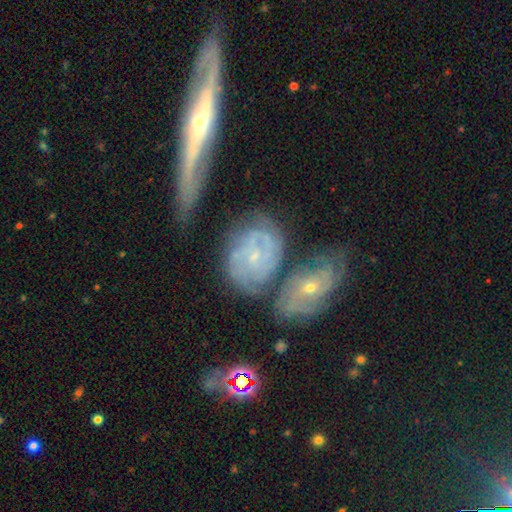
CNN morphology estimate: Smooth or featured?
  - featured or disk: 76% *
  - smooth: 16%
  - star or artifact: 8%
Edge-on disk?
  - no: 93% *
  - yes: 7%
Bar?
  - no: 72% *
  - weak: 23%
  - strong: 6%
Spiral arms?
  - yes: 88% *
  - no: 12%
Spiral winding?
  - tight: 63% *
  - medium: 28%
  - loose: 8%
Spiral arm count?
  - can't tell: 41% *
  - 2: 20%
  - 3: 20%
  - 4: 8%
  - more than 4: 5%
  - 1: 5%
Bulge size?
  - small: 78% *
  - moderate: 15%
  - none: 4%
  - large: 1%
  - dominant: 1%
Merging?
  - none: 47% *
  - merger: 25%
  - minor disturbance: 18%
  - major disturbance: 10%